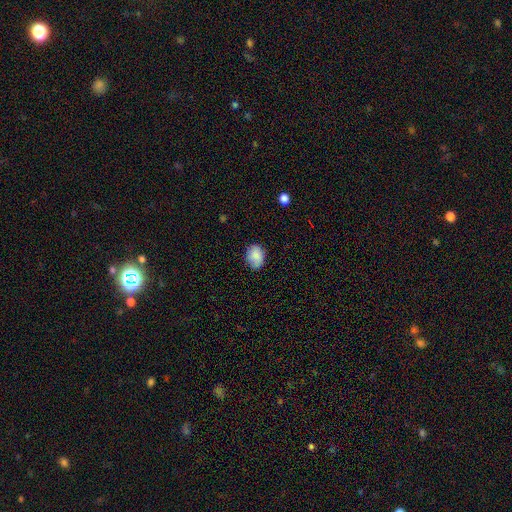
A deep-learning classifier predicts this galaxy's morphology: Smooth or featured: smooth — 86% (star or artifact — 8%)
How rounded: in between — 67% (round — 32%)
Merging: none — 77% (minor disturbance — 19%)